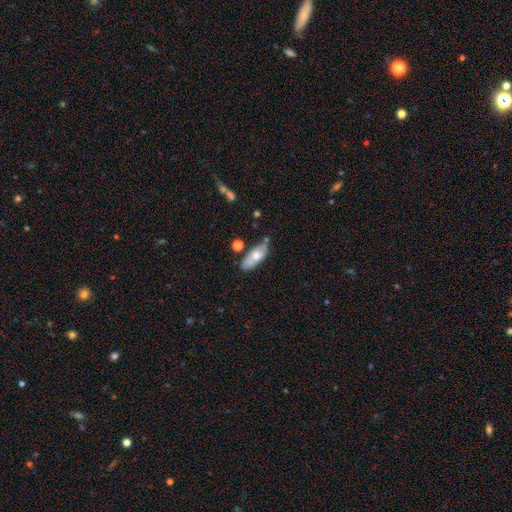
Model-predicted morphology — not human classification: A smooth galaxy with no disk features (63%) that is in between round and cigar-shaped (77%). Merging: none (62%).